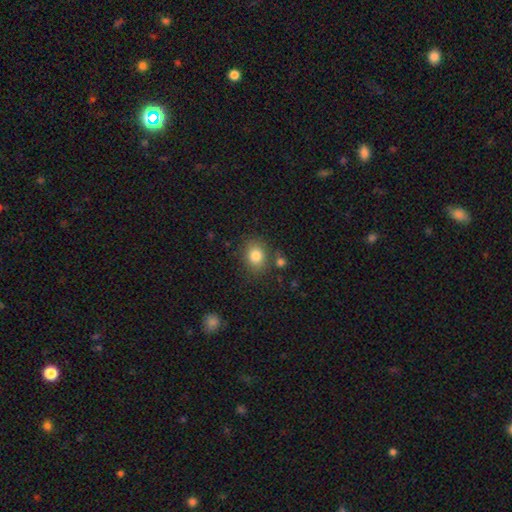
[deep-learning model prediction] The model was most divided on "how rounded": round: 55%, in between: 44%, cigar-shaped: 1%. More confident: smooth or featured — smooth (82%); merging — none (77%).